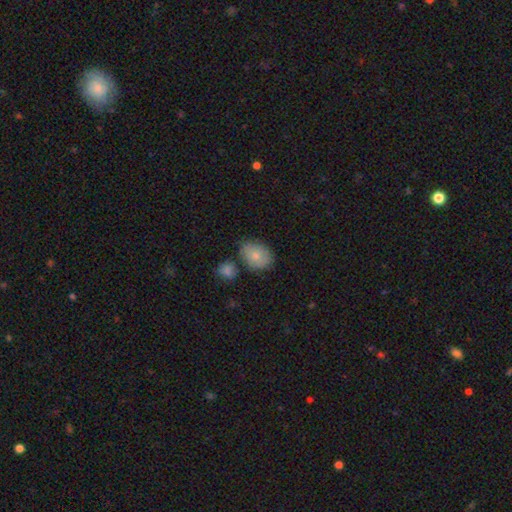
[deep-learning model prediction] A smooth galaxy with no disk features (76%) that is in between round and cigar-shaped (65%). Merging: none (64%).